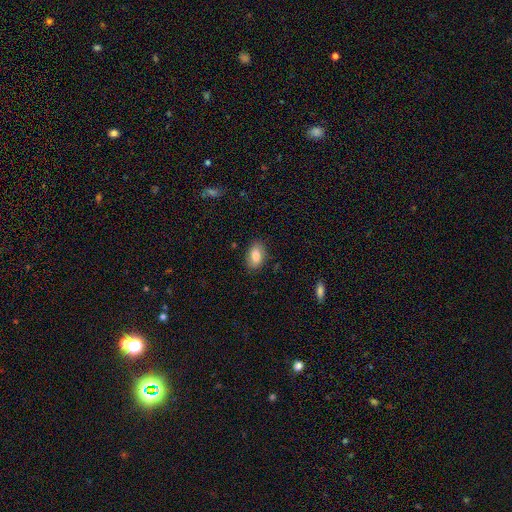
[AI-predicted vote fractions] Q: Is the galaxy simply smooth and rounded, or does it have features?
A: smooth — 82%.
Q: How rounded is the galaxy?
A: in between — 90%.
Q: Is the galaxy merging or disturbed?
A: none — 84%.